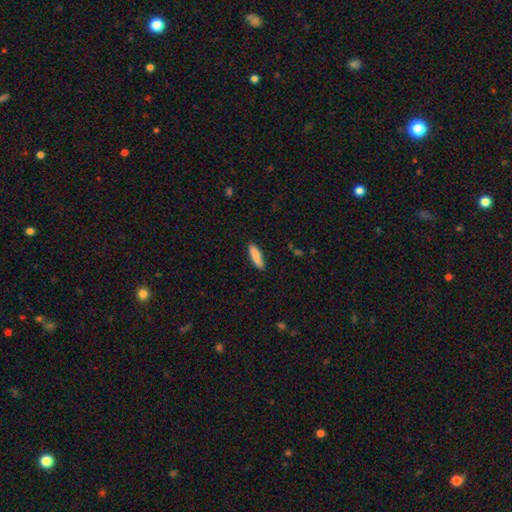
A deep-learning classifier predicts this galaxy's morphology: Smooth or featured: smooth — 86% (featured or disk — 8%)
How rounded: cigar-shaped — 64% (in between — 34%)
Merging: none — 88% (minor disturbance — 9%)